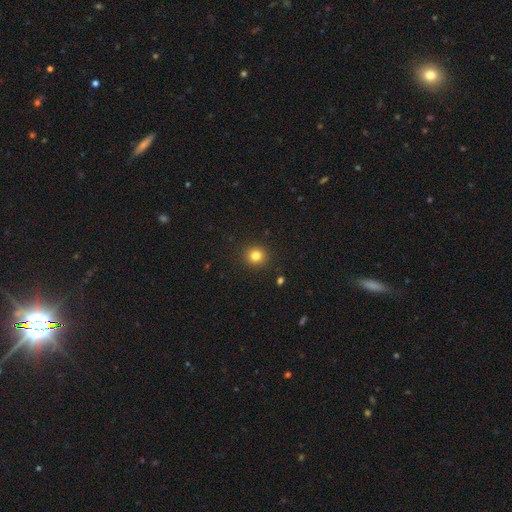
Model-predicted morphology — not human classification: Overall: smooth (82%). How rounded: round (92%). Merging: none (92%).